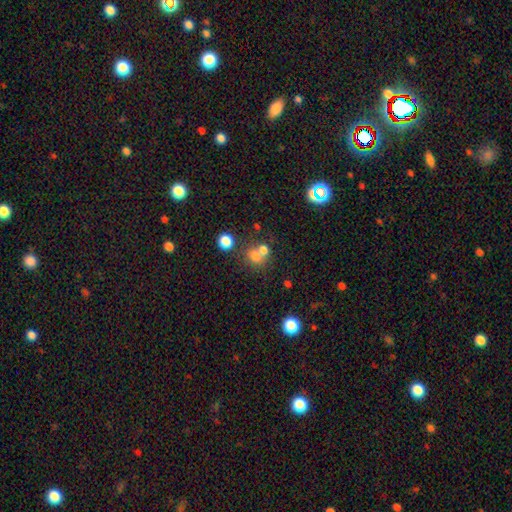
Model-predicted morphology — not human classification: Smooth or featured: smooth — 71% (star or artifact — 17%)
How rounded: round — 69% (in between — 30%)
Merging: merger — 44% (none — 42%)